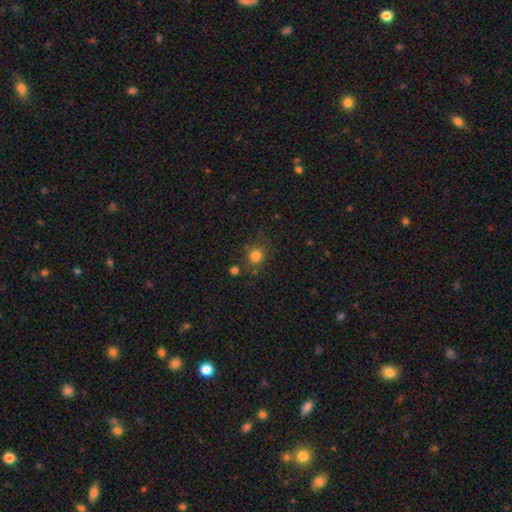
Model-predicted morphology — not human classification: type=smooth (80%); roundness=round (82%); merging=none (71%).